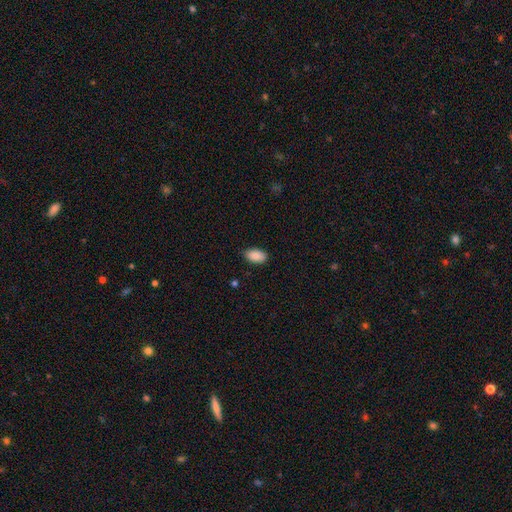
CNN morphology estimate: Smooth or featured?
  - smooth: 90% *
  - star or artifact: 7%
  - featured or disk: 4%
How rounded?
  - in between: 94% *
  - round: 4%
  - cigar-shaped: 2%
Merging?
  - none: 85% *
  - minor disturbance: 12%
  - major disturbance: 2%
  - merger: 1%